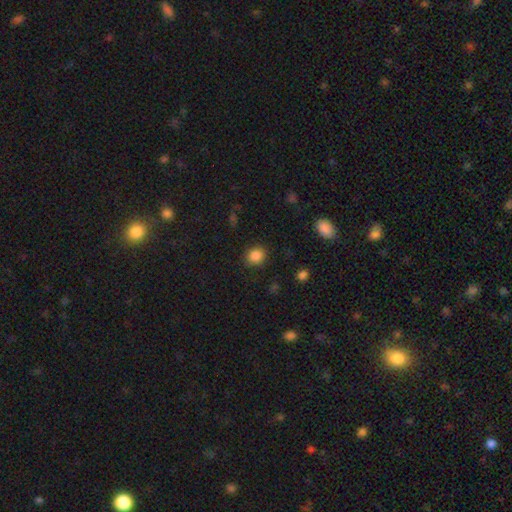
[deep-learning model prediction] Overall: smooth (85%). How rounded: round (80%). Merging: none (86%).